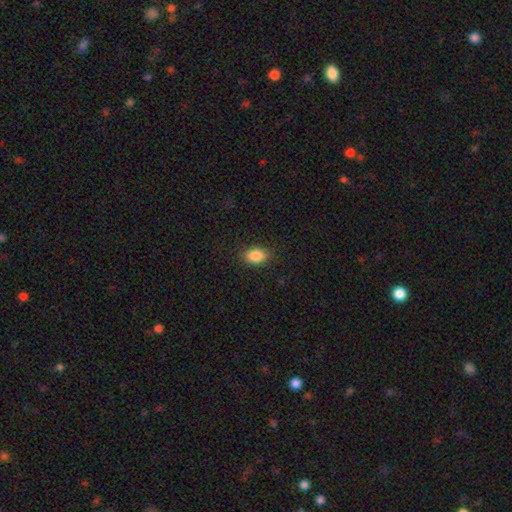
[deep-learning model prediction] This appears to be a smooth galaxy with no disk features (86%) that is in between round and cigar-shaped (77%). Merging: none (85%).